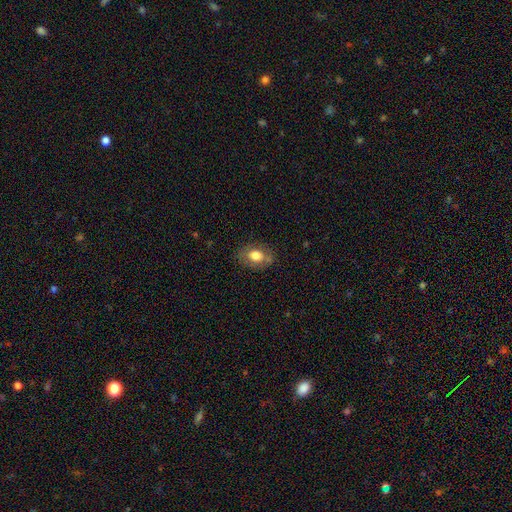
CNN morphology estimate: Q: Smooth or featured?
A: smooth (70%); runner-up: featured or disk (21%)
Q: How rounded?
A: in between (73%); runner-up: round (26%)
Q: Merging?
A: none (76%); runner-up: minor disturbance (17%)